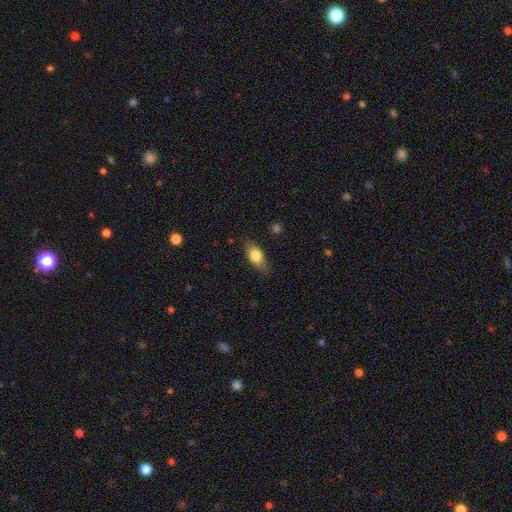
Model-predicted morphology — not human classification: A smooth galaxy with no disk features (74%) that is in between round and cigar-shaped (80%).

Vote fractions:
- Smooth or featured? smooth: 74% / featured or disk: 19% / star or artifact: 7%
- How rounded? in between: 80% / cigar-shaped: 13% / round: 8%
- Merging? none: 77% / minor disturbance: 18% / major disturbance: 4% / merger: 1%